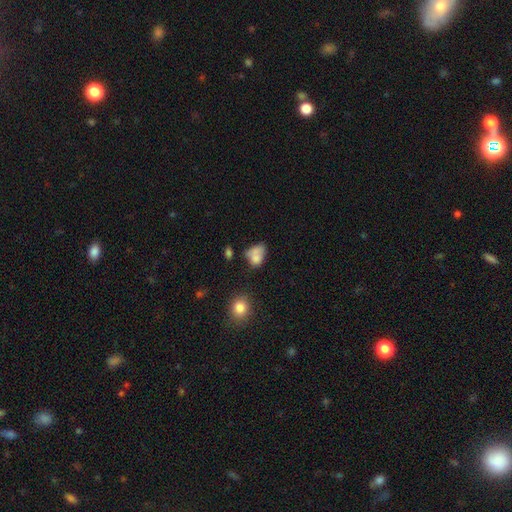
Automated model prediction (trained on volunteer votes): Overall: smooth (70%). How rounded: in between (74%). Merging: merger (37%; none 28%).